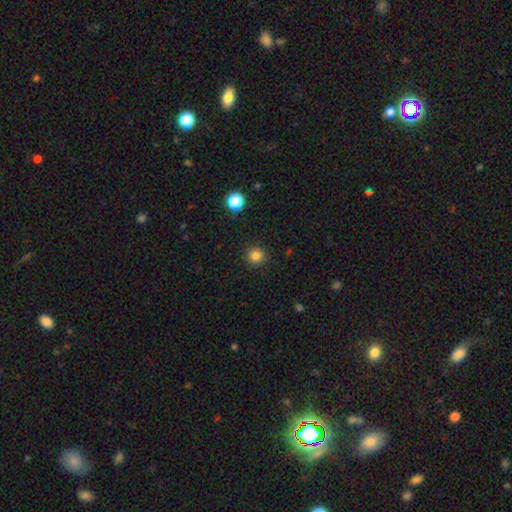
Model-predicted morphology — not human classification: smooth_or_featured: smooth (p=0.83) [alt: star or artifact p=0.13]
how_rounded: round (p=0.94) [alt: in between p=0.05]
merging: none (p=0.91) [alt: minor disturbance p=0.06]